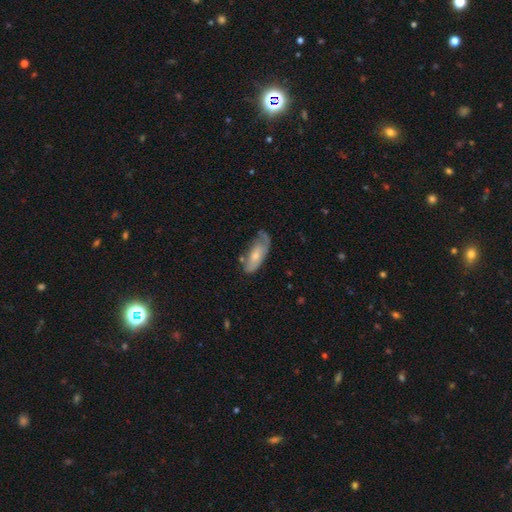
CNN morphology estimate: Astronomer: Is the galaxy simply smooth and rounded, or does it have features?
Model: smooth — 57% (runner-up: featured or disk, 38%).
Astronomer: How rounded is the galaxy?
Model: in between — 78%.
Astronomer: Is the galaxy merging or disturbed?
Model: none — 44% (runner-up: minor disturbance, 34%).